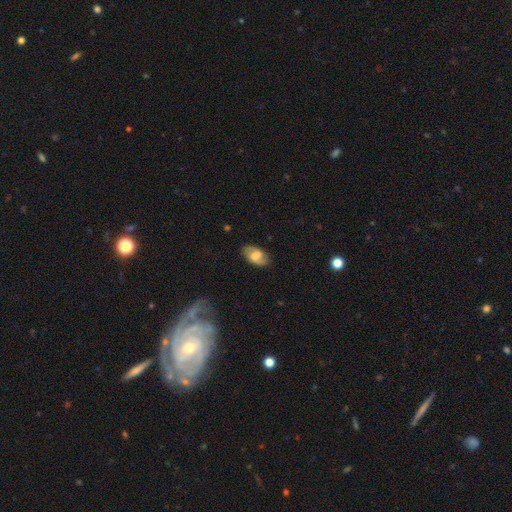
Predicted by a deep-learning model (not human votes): The model was most divided on "smooth or featured": featured or disk: 49%, smooth: 43%, star or artifact: 7%. More confident: merging — none (82%).